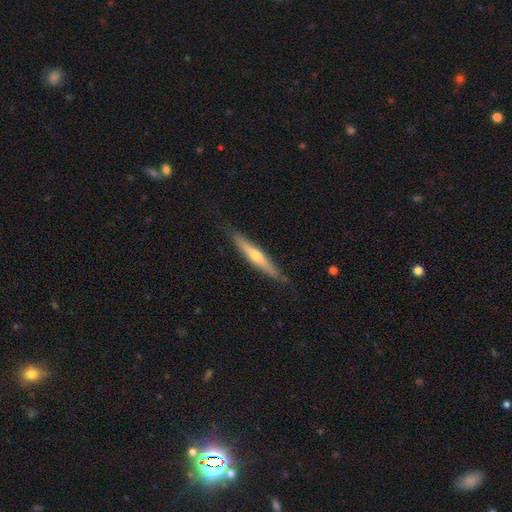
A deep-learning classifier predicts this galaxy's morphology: The model was most divided on "smooth or featured": featured or disk: 58%, smooth: 37%, star or artifact: 5%. More confident: edge-on disk — yes (95%); merging — none (85%); edge-on bulge — rounded (82%).